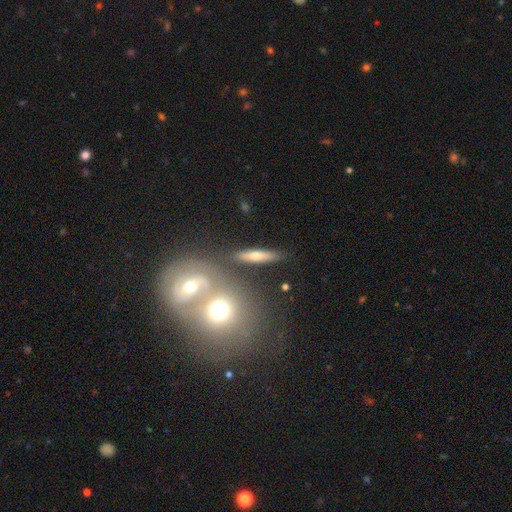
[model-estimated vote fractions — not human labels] Smooth or featured: featured or disk — 50% (smooth — 40%)
Merging: none — 67% (merger — 18%)